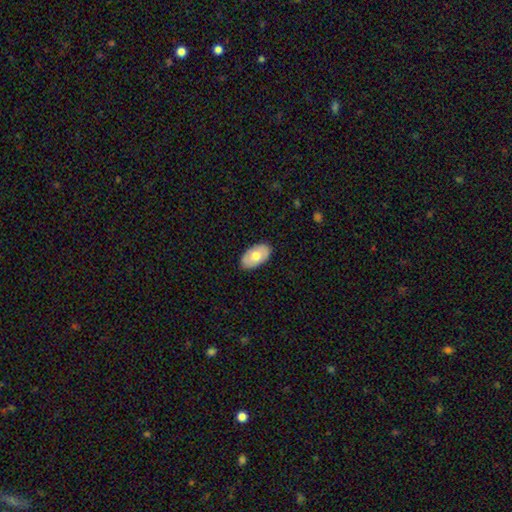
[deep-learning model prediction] This is likely a smooth galaxy (66%). How rounded: clearly in between (94%). Merging: clearly none (87%).